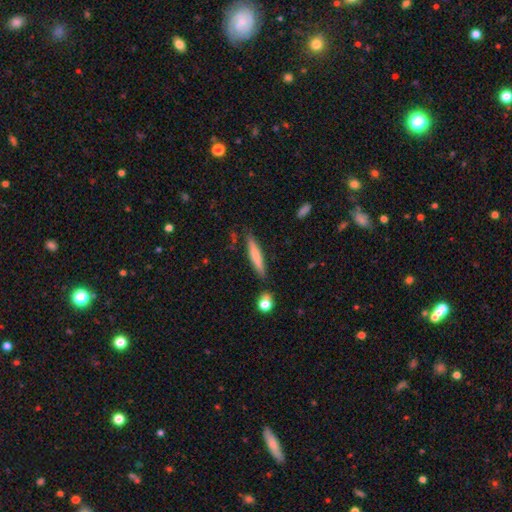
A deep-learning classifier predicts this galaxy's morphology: smooth 65%, featured or disk 29%, star or artifact 6%. Down the decision tree: how rounded — cigar-shaped (92%); merging — none (83%).